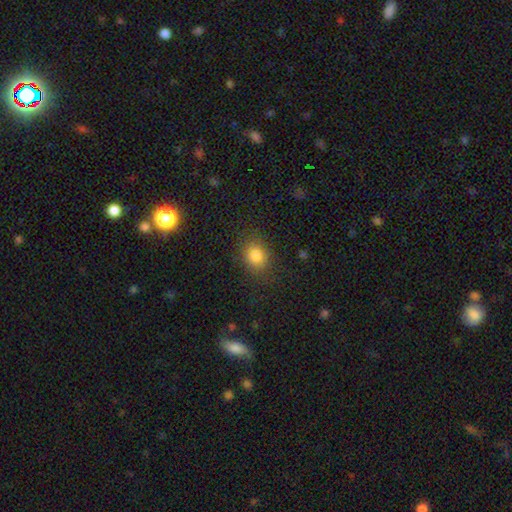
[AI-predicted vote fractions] smooth_or_featured: smooth (p=0.82) [alt: star or artifact p=0.11]
how_rounded: round (p=0.55) [alt: in between p=0.44]
merging: none (p=0.82) [alt: minor disturbance p=0.12]